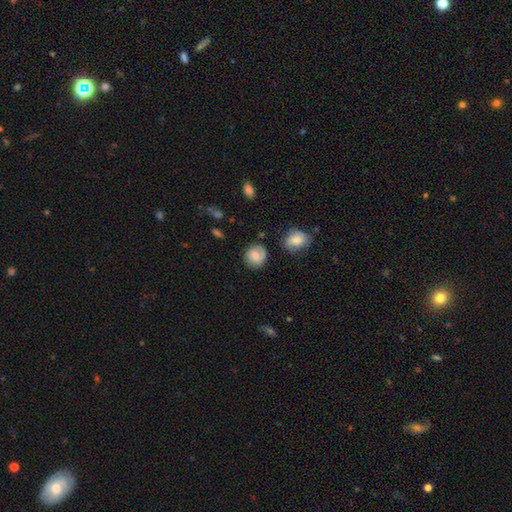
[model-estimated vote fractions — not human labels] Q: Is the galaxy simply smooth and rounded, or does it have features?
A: smooth — 68%.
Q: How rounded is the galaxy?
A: round — 81%.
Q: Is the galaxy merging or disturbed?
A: none — 74%.